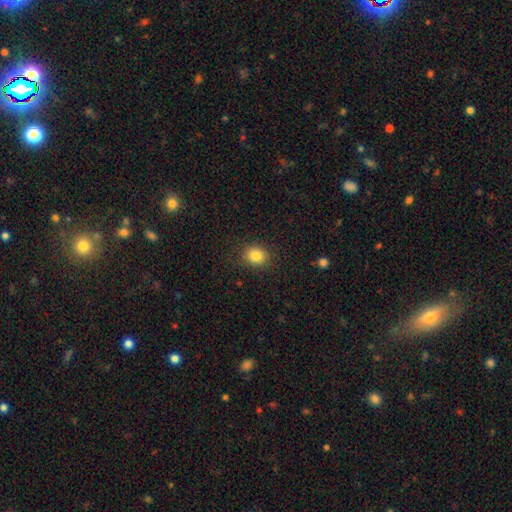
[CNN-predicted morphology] A smooth galaxy with no disk features (83%) that is round (67%).

Vote fractions:
- Smooth or featured? smooth: 83% / star or artifact: 11% / featured or disk: 6%
- How rounded? round: 67% / in between: 32% / cigar-shaped: 1%
- Merging? none: 85% / minor disturbance: 10% / major disturbance: 3% / merger: 1%